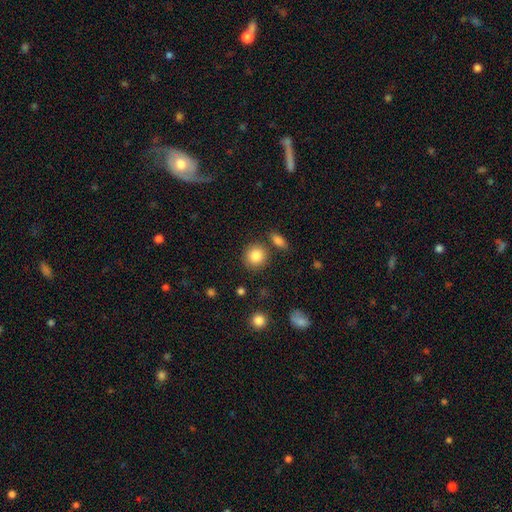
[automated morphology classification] This is clearly a smooth galaxy (86%). How rounded: clearly round (87%). Merging: clearly none (81%).